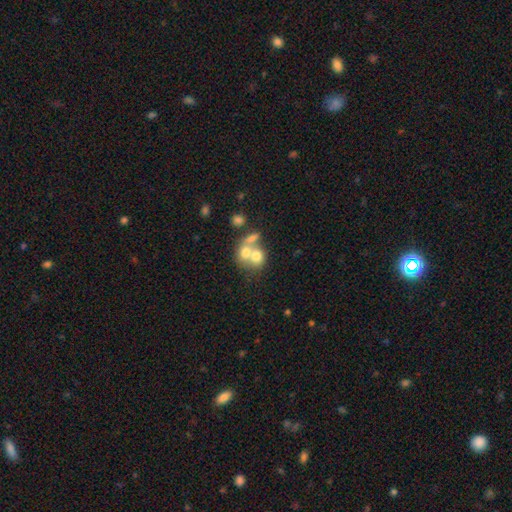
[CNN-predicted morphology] Smooth or featured: smooth — 64% (featured or disk — 25%)
How rounded: round — 66% (in between — 33%)
Merging: merger — 65% (none — 24%)